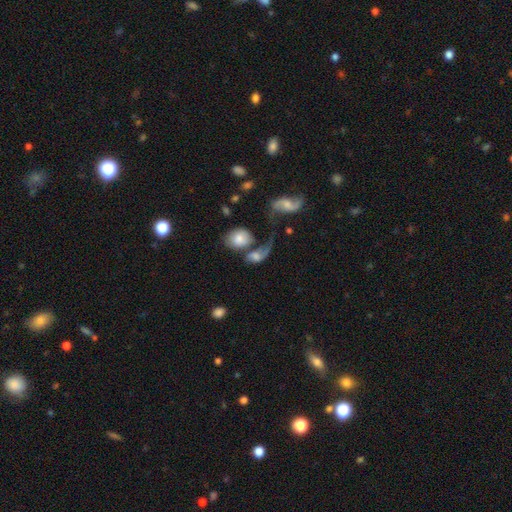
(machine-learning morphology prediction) Smooth or featured? smooth (54%)
How rounded? in between (63%)
Merging? merger (47%)